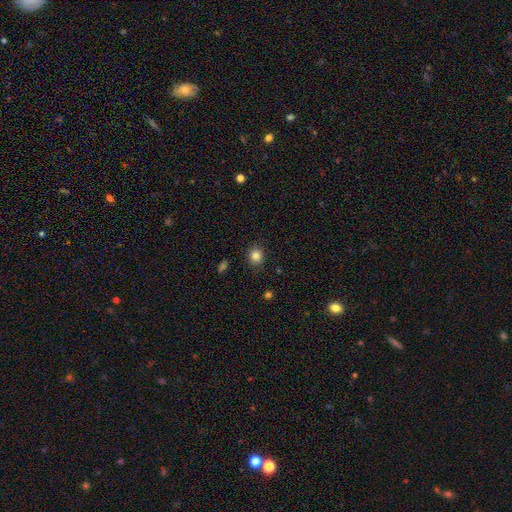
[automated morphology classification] Smooth or featured? smooth (83%)
How rounded? round (73%)
Merging? none (88%)